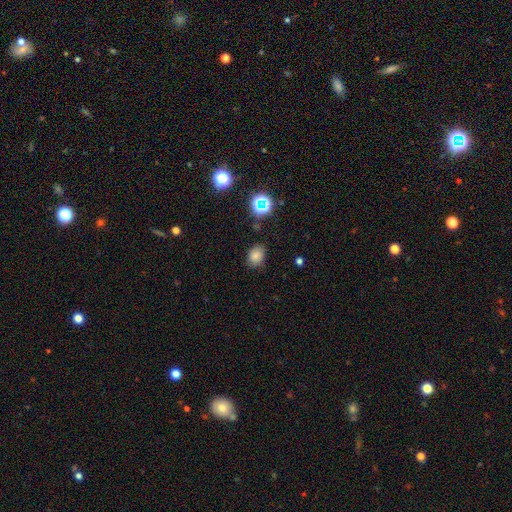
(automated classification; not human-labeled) Smooth or featured: smooth — 77% (star or artifact — 16%)
How rounded: in between — 59% (round — 40%)
Merging: none — 80% (minor disturbance — 15%)